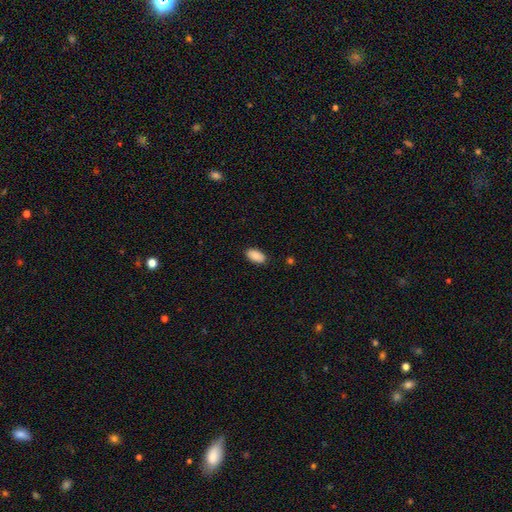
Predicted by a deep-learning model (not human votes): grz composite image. It shows a smooth galaxy with no disk features (90%) that is in between round and cigar-shaped (94%). Merging: none (88%).